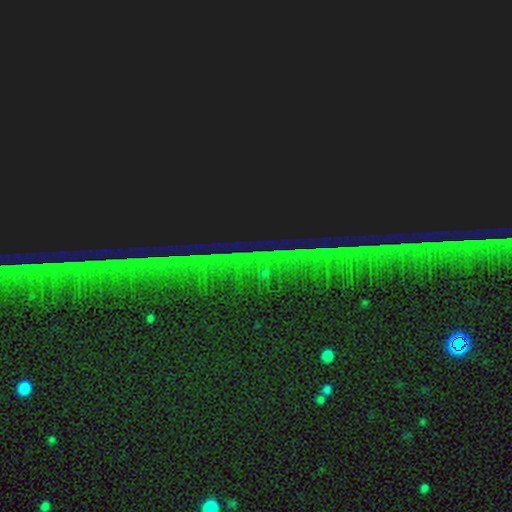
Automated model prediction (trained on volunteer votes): Smooth or featured?
  - star or artifact: 88% *
  - featured or disk: 6%
  - smooth: 5%